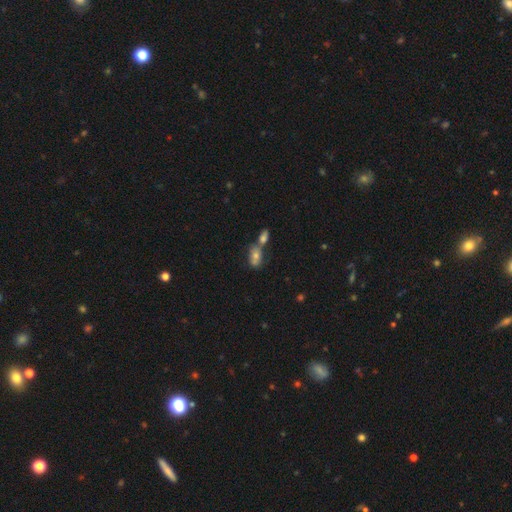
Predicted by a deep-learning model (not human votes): Smooth or featured? Predicted: smooth (p=0.63). How rounded? Predicted: in between (p=0.79). Merging? Predicted: merger (p=0.52).